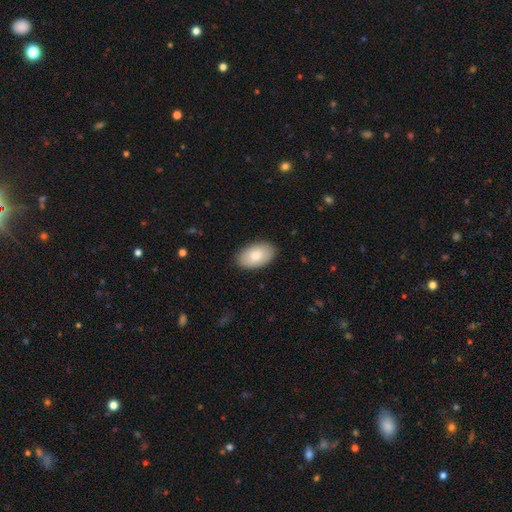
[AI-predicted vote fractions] Smooth or featured? smooth (83%)
How rounded? in between (94%)
Merging? none (87%)